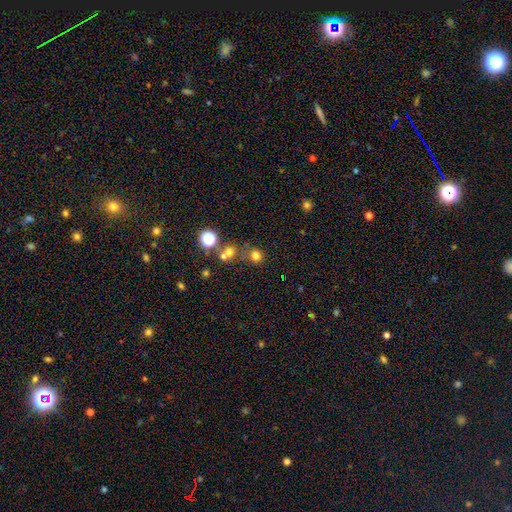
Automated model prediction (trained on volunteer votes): smooth_or_featured: smooth (p=0.72) [alt: star or artifact p=0.21]
how_rounded: round (p=0.84) [alt: in between p=0.15]
merging: none (p=0.67) [alt: merger p=0.19]